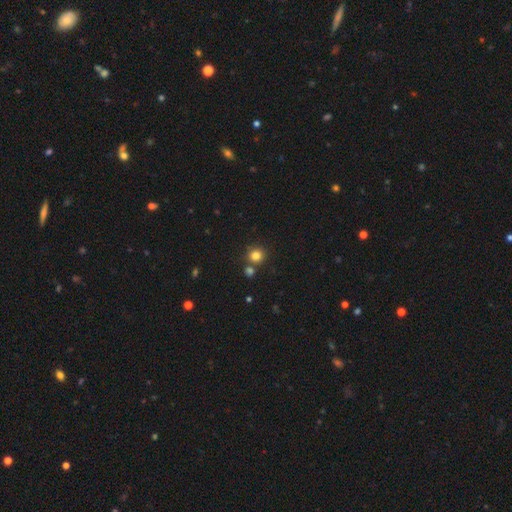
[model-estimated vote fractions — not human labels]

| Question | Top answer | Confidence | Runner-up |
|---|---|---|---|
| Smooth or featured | smooth | 81% | star or artifact (13%) |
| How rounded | round | 91% | in between (8%) |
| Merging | none | 75% | merger (15%) |